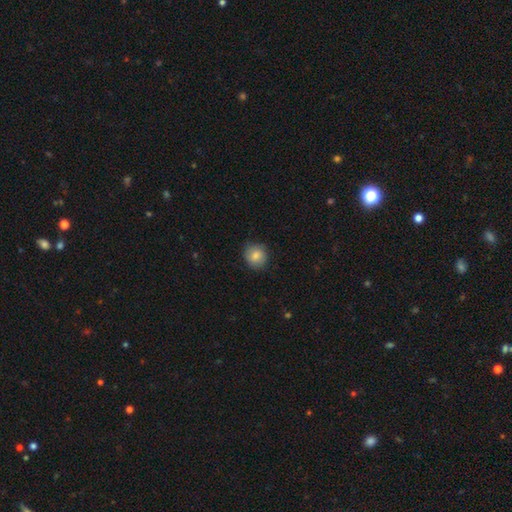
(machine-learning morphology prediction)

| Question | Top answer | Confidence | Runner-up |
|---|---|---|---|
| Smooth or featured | smooth | 83% | featured or disk (9%) |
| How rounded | round | 85% | in between (14%) |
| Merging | none | 83% | minor disturbance (13%) |